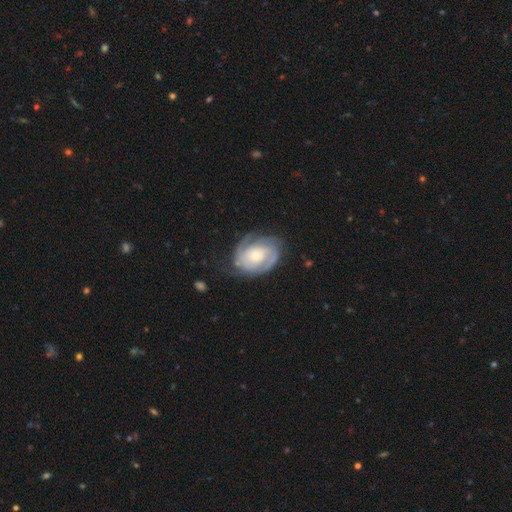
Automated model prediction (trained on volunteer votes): Overall: featured or disk (83%). Edge-on disk: no (98%). Bar: no (69%). Spiral arms: yes (94%). Spiral arm count: 2 (57%; can't tell 18%). Spiral winding: tight (58%; medium 33%). Bulge size: small (54%; moderate 38%). Merging: none (66%).